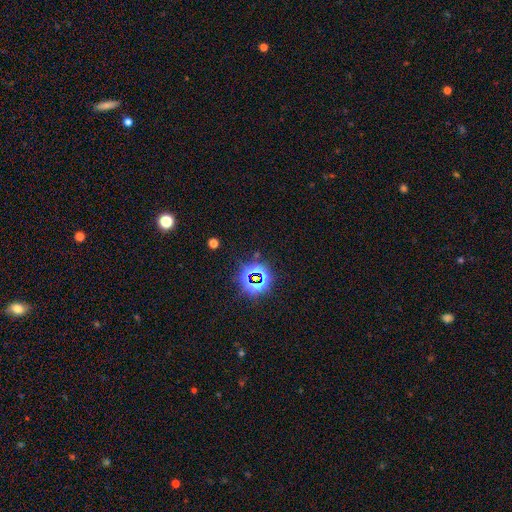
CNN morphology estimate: smooth-or-featured: star or artifact: 75% | smooth: 18% | featured or disk: 8%